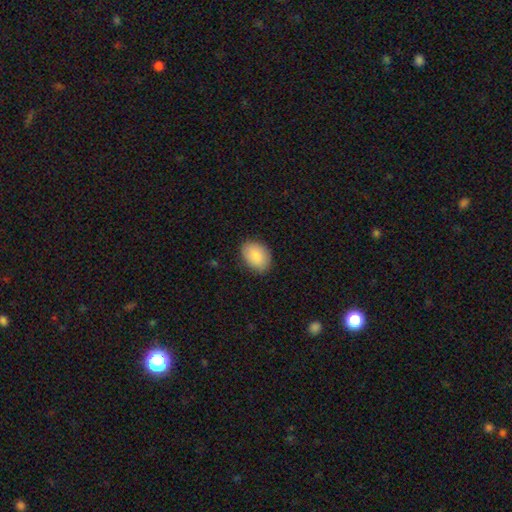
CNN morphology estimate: A smooth galaxy with no disk features (85%) that is in between round and cigar-shaped (78%). Merging: none (85%).